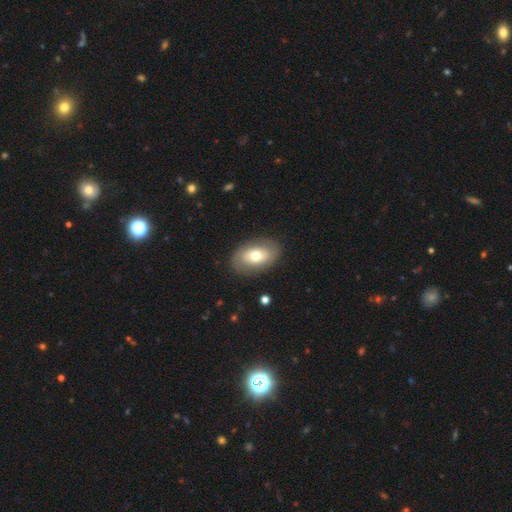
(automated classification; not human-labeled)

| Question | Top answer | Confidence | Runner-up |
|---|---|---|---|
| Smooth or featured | smooth | 63% | featured or disk (30%) |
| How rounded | in between | 88% | round (10%) |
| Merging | none | 84% | minor disturbance (11%) |